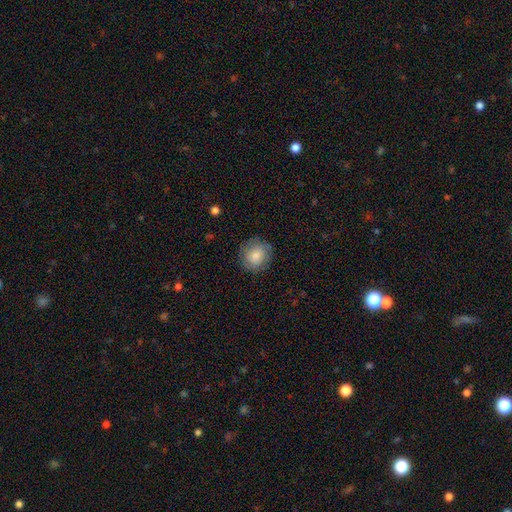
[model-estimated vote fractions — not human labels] Smooth or featured?
  - smooth: 80% *
  - featured or disk: 12%
  - star or artifact: 7%
How rounded?
  - round: 84% *
  - in between: 15%
  - cigar-shaped: 1%
Merging?
  - none: 82% *
  - minor disturbance: 13%
  - major disturbance: 4%
  - merger: 1%